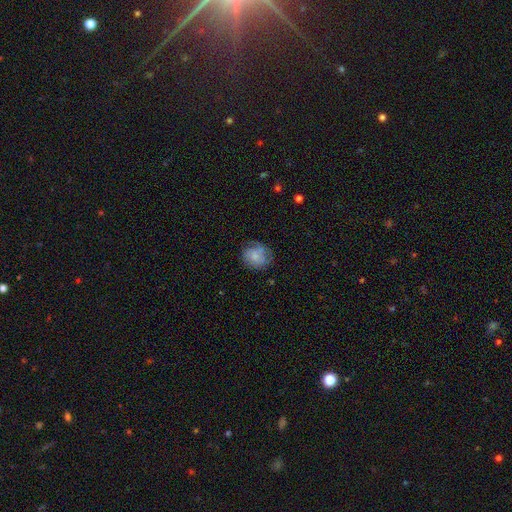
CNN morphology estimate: A smooth galaxy with no disk features (66%) that is round (73%).

Vote fractions:
- Smooth or featured? smooth: 66% / featured or disk: 26% / star or artifact: 8%
- How rounded? round: 73% / in between: 26% / cigar-shaped: 1%
- Merging? none: 62% / minor disturbance: 25% / major disturbance: 11% / merger: 2%